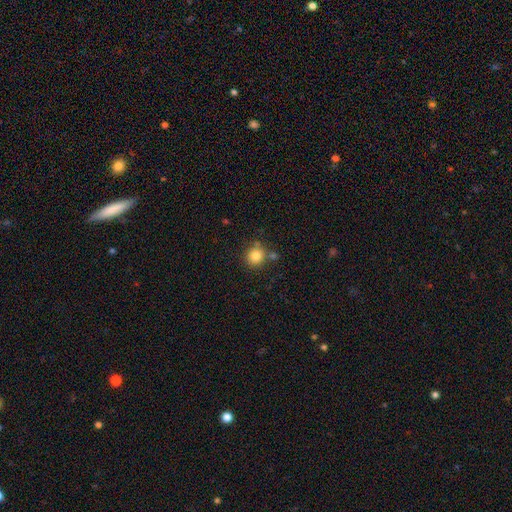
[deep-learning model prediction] Overall: smooth (83%). How rounded: round (87%). Merging: none (75%).